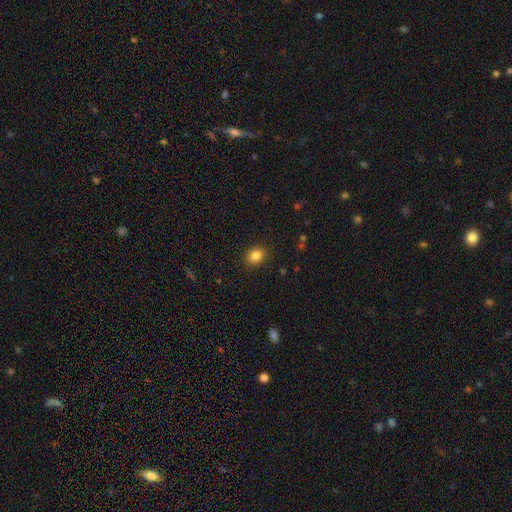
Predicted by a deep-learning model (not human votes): Q: Smooth or featured?
A: smooth (84%); runner-up: star or artifact (11%)
Q: How rounded?
A: round (65%); runner-up: in between (34%)
Q: Merging?
A: none (89%); runner-up: minor disturbance (8%)